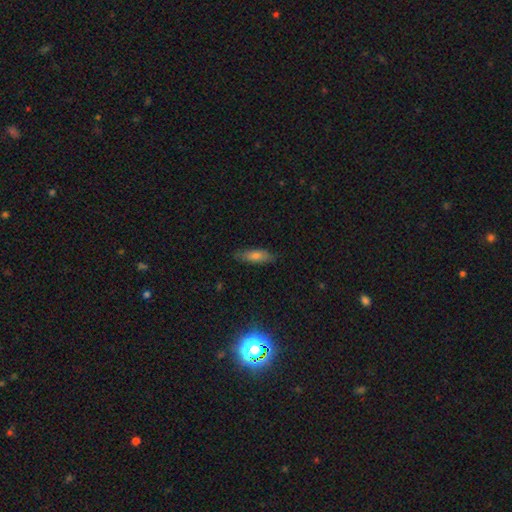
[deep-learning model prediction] smooth_or_featured: smooth (p=0.67) [alt: featured or disk p=0.21]
how_rounded: in between (p=0.61) [alt: cigar-shaped p=0.36]
merging: none (p=0.81) [alt: minor disturbance p=0.15]